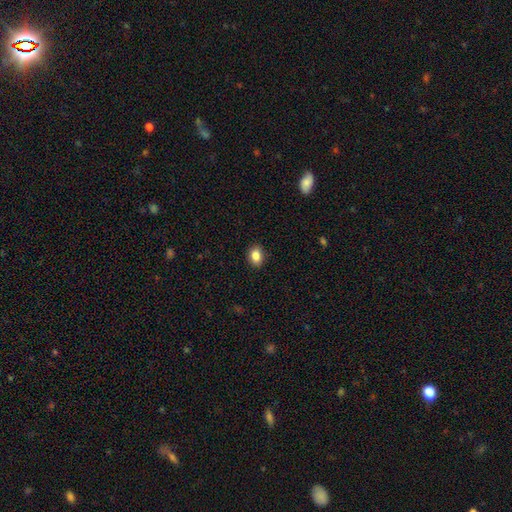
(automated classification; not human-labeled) This appears to be a smooth galaxy with no disk features (86%) that is in between round and cigar-shaped (72%). Merging: none (89%).